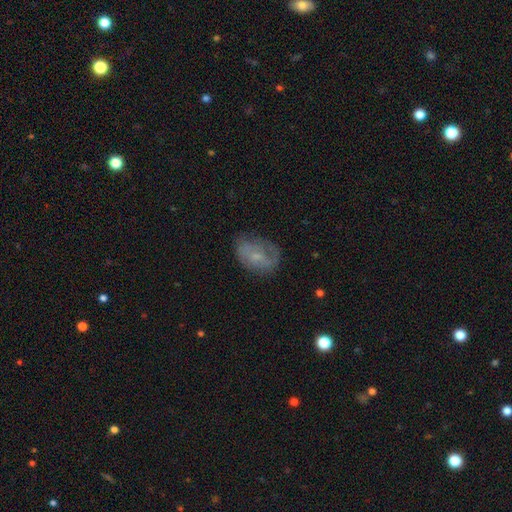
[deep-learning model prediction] smooth_or_featured: featured or disk (p=0.48) [alt: smooth p=0.43]
merging: none (p=0.56) [alt: minor disturbance p=0.27]